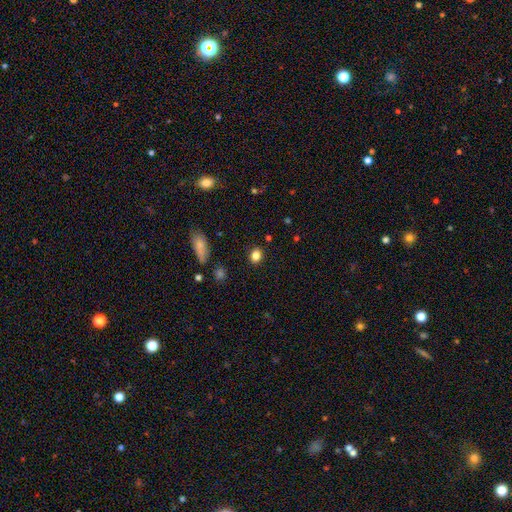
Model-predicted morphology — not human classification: Smooth or featured?
  - smooth: 84% *
  - star or artifact: 11%
  - featured or disk: 6%
How rounded?
  - in between: 53% *
  - round: 45%
  - cigar-shaped: 2%
Merging?
  - none: 88% *
  - minor disturbance: 8%
  - major disturbance: 2%
  - merger: 2%